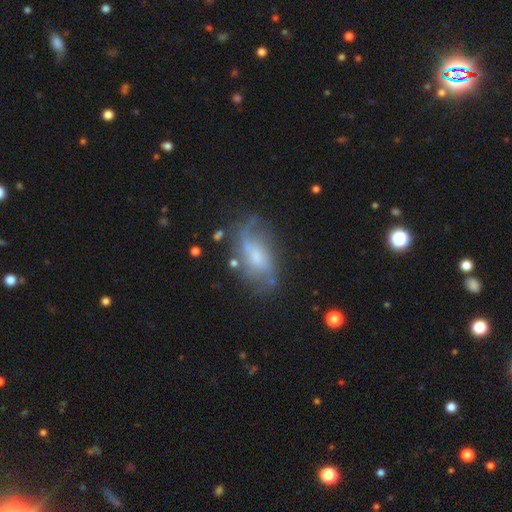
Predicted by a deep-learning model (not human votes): smooth_or_featured: featured or disk (p=0.59) [alt: smooth p=0.33]
disk_edge_on: no (p=0.91) [alt: yes p=0.09]
bar: no (p=0.52) [alt: weak p=0.40]
has_spiral_arms: yes (p=0.74) [alt: no p=0.26]
bulge_size: small (p=0.43) [alt: moderate p=0.36]
merging: none (p=0.52) [alt: minor disturbance p=0.25]